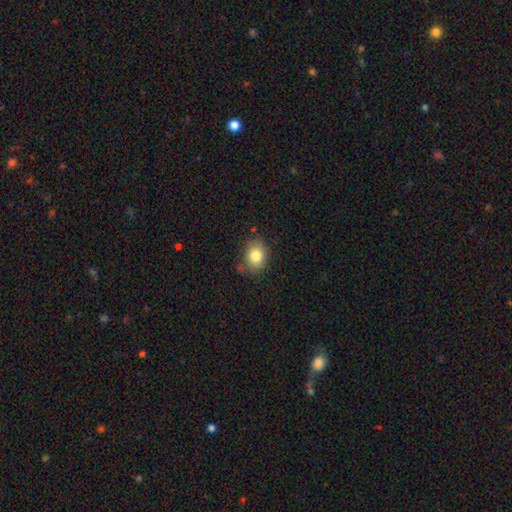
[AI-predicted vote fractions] Morphology: type=smooth (83%); roundness=in between (58%); merging=none (70%).